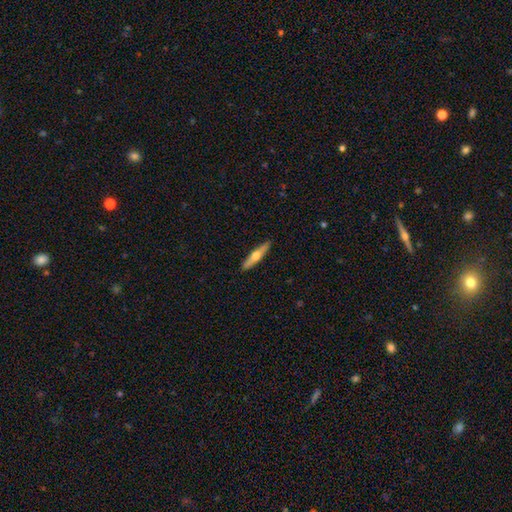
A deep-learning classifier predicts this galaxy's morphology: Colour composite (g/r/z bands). It shows a featured or disk galaxy (59%) viewed edge-on (95%) with a rounded central bulge (94%). Merging: none (91%).